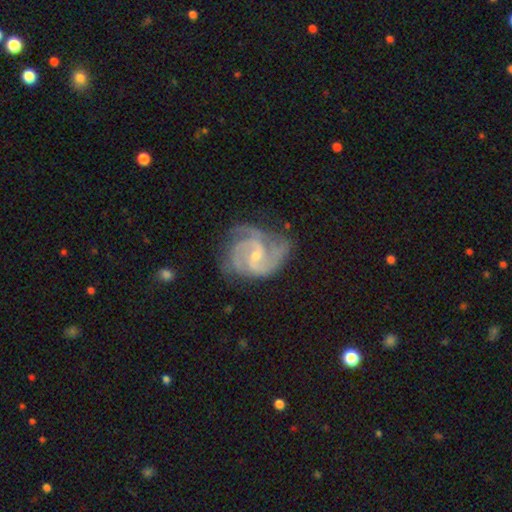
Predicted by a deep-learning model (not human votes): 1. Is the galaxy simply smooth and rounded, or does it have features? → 91% featured or disk, 4% smooth, 4% star or artifact.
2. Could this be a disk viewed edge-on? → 98% no, 2% yes.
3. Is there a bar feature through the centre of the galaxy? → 50% weak, 38% no, 12% strong.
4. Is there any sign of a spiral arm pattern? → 98% yes, 2% no.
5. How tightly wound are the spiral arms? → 51% medium, 41% tight, 8% loose.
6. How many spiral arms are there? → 46% 3, 32% 2, 8% can't tell, 6% 4, 4% 1, 4% more than 4.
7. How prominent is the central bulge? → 63% small, 34% moderate, 2% none, 1% large, 1% dominant.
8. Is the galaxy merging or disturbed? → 65% none, 23% minor disturbance, 10% major disturbance, 2% merger.